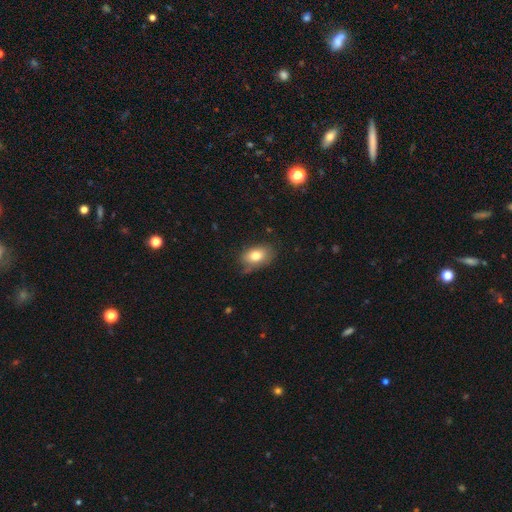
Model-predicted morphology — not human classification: smooth-or-featured: smooth: 78% | featured or disk: 13% | star or artifact: 9%
  how-rounded: in between: 84% | round: 14% | cigar-shaped: 1%
  merging: none: 66% | minor disturbance: 26% | major disturbance: 6% | merger: 2%